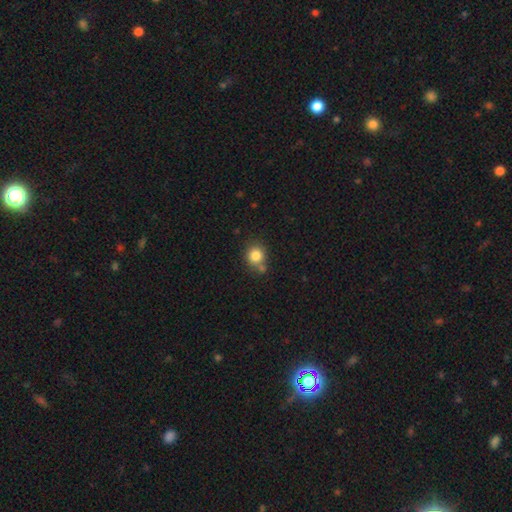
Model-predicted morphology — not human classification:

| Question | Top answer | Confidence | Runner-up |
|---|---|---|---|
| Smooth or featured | smooth | 83% | star or artifact (11%) |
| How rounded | round | 84% | in between (15%) |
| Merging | none | 65% | merger (16%) |